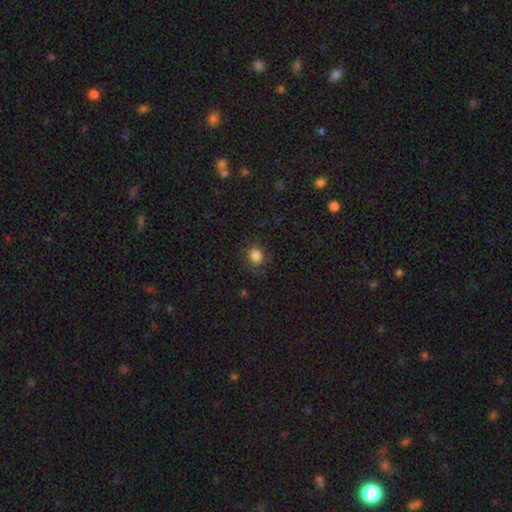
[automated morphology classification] Smooth or featured? smooth (83%)
How rounded? round (71%)
Merging? none (79%)